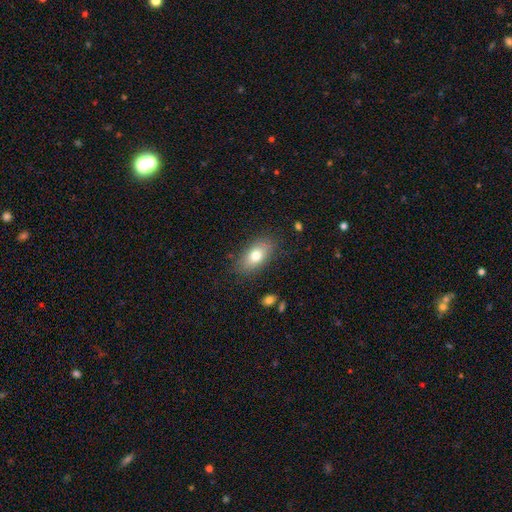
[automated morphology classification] Smooth or featured? smooth (75%)
How rounded? in between (88%)
Merging? none (82%)